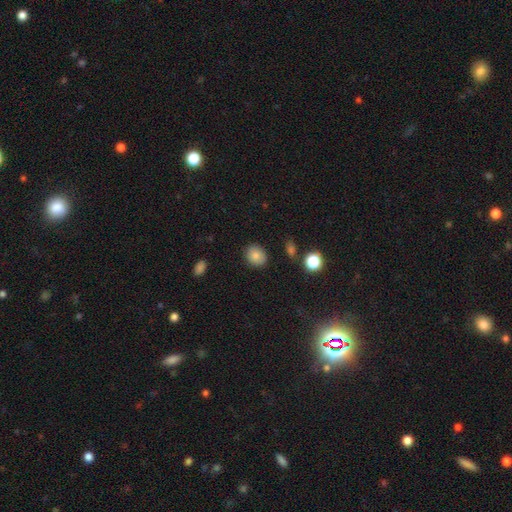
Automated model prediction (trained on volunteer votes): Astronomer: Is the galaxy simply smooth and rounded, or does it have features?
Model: smooth — 84%.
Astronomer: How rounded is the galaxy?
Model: round — 62% (runner-up: in between, 37%).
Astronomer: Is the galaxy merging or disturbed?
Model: none — 87%.